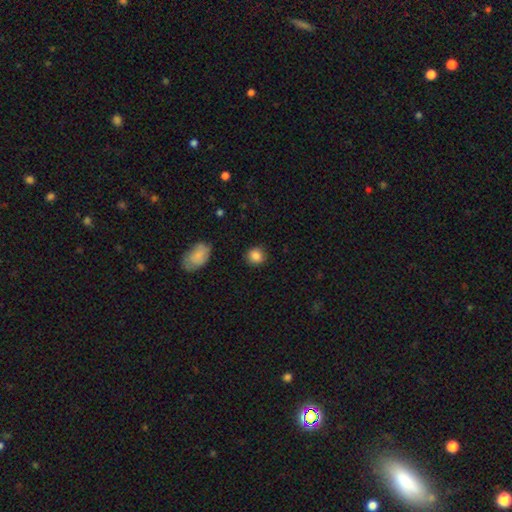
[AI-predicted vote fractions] Smooth or featured? smooth (86%)
How rounded? round (84%)
Merging? none (86%)